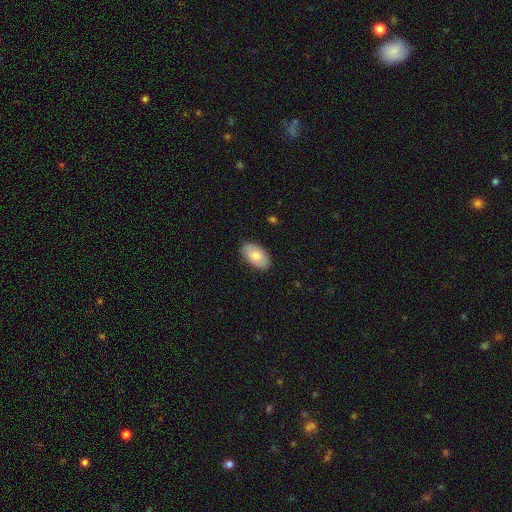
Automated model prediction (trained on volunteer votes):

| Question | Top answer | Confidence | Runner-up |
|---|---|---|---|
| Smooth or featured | smooth | 74% | featured or disk (20%) |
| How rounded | in between | 95% | round (4%) |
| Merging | none | 85% | minor disturbance (12%) |